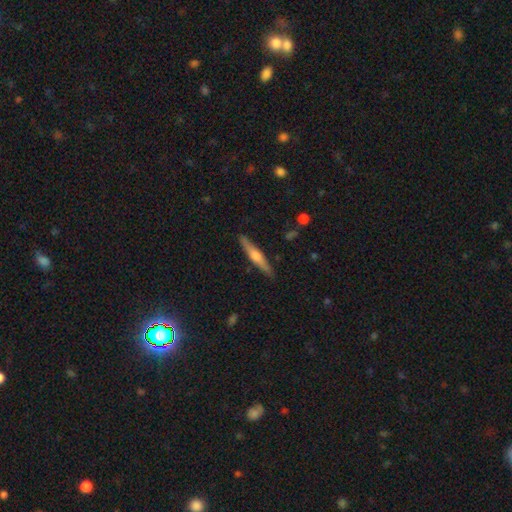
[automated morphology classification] A featured or disk galaxy (60%) viewed edge-on (97%) with a rounded central bulge (82%). Merging: none (89%).